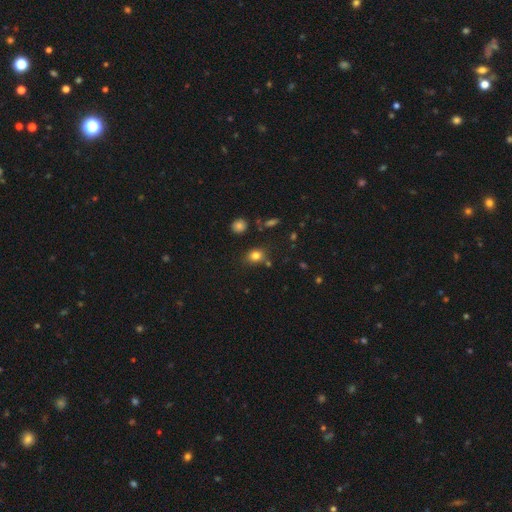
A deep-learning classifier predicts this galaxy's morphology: Smooth or featured? Predicted: smooth (p=0.80). How rounded? Predicted: round (p=0.56). Merging? Predicted: none (p=0.74).